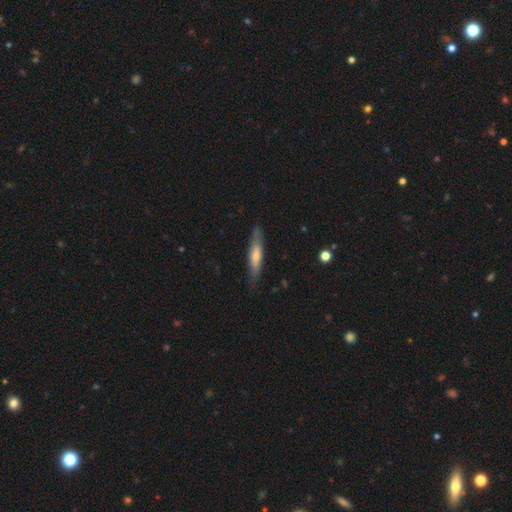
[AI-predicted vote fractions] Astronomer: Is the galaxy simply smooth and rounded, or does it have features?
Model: smooth — 50% (runner-up: featured or disk, 44%).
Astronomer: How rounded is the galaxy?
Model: cigar-shaped — 84%.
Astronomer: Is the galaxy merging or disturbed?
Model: none — 83%.